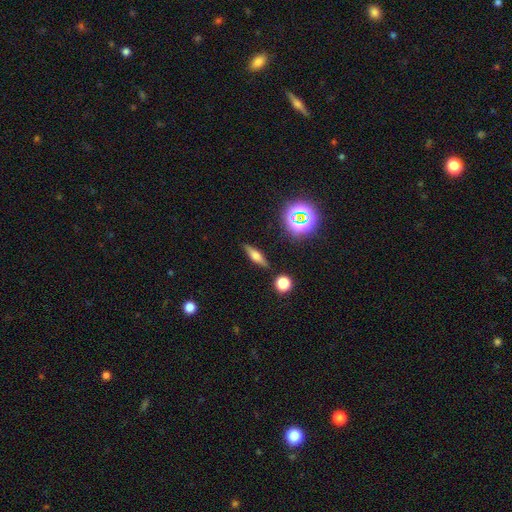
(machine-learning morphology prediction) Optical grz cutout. It shows a featured or disk galaxy (44%). Merging: none (87%).